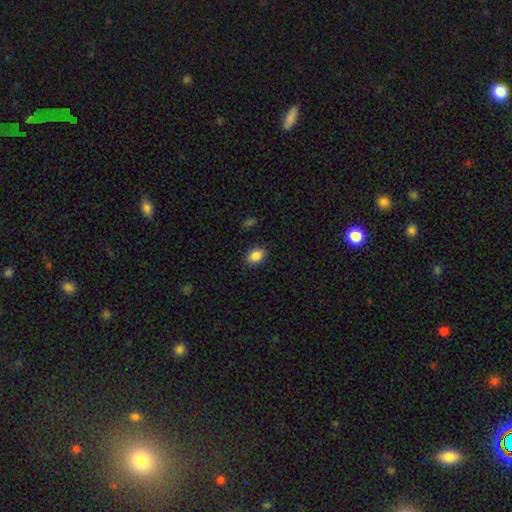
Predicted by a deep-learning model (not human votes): This is clearly a smooth galaxy (87%). How rounded: likely in between (77%). Merging: clearly none (86%).